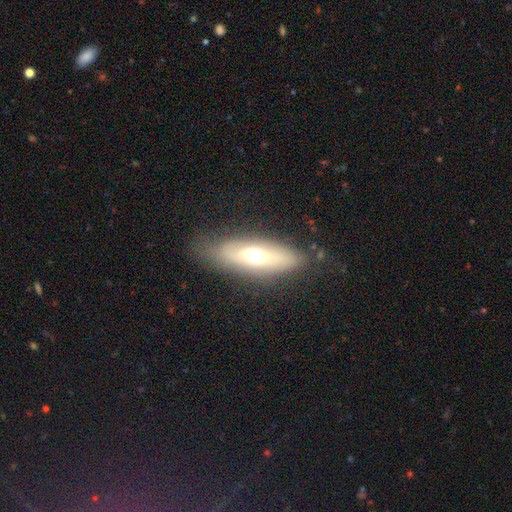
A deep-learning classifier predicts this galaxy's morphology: The model was most divided on "smooth or featured": smooth: 49%, featured or disk: 44%, star or artifact: 7%. More confident: merging — none (76%).